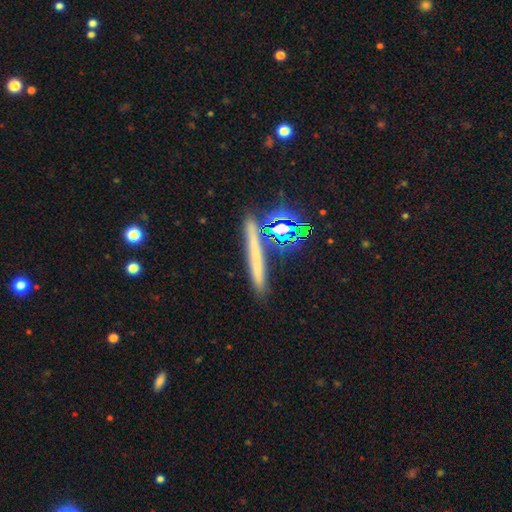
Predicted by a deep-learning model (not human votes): Overall: smooth (47%; featured or disk 30%). Merging: none (82%).